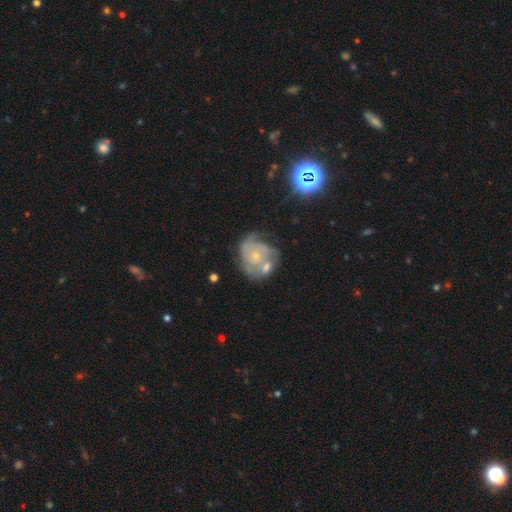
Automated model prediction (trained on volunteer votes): smooth-or-featured: featured or disk: 70% | smooth: 21% | star or artifact: 9%
  disk-edge-on: no: 98% | yes: 2%
    bar: no: 80% | weak: 18% | strong: 3%
    has-spiral-arms: yes: 80% | no: 20%
      spiral-winding: tight: 49% | medium: 36% | loose: 15%
      spiral-arm-count: can't tell: 39% | 3: 23% | 2: 20% | 4: 7% | 1: 7% | more than 4: 4%
    bulge-size: small: 66% | moderate: 27% | none: 4% | large: 2% | dominant: 1%
  merging: merger: 37% | none: 33% | minor disturbance: 17% | major disturbance: 13%